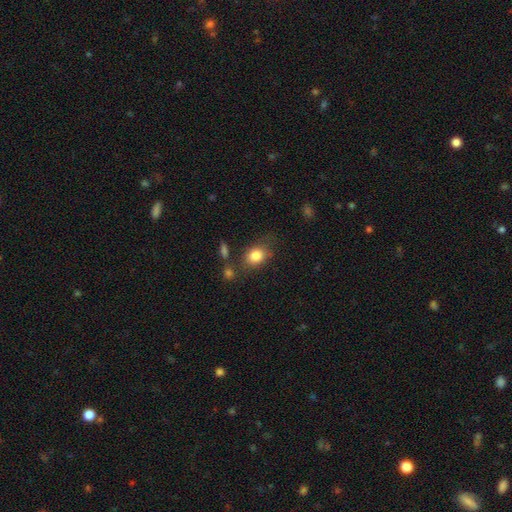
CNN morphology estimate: A smooth galaxy with no disk features (82%) that is in between round and cigar-shaped (62%). Merging: none (65%).